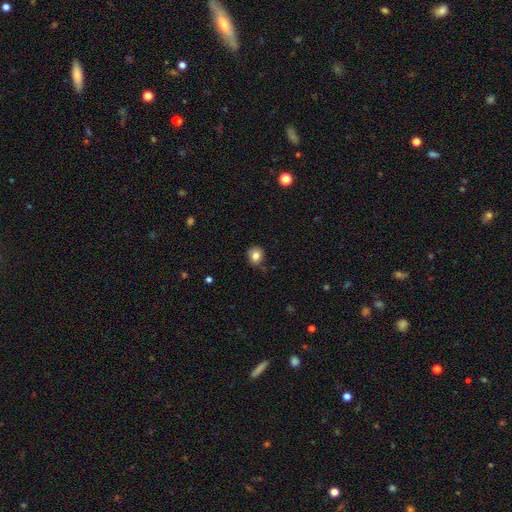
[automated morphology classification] Smooth or featured? Predicted: smooth (p=0.82). How rounded? Predicted: round (p=0.82). Merging? Predicted: none (p=0.78).